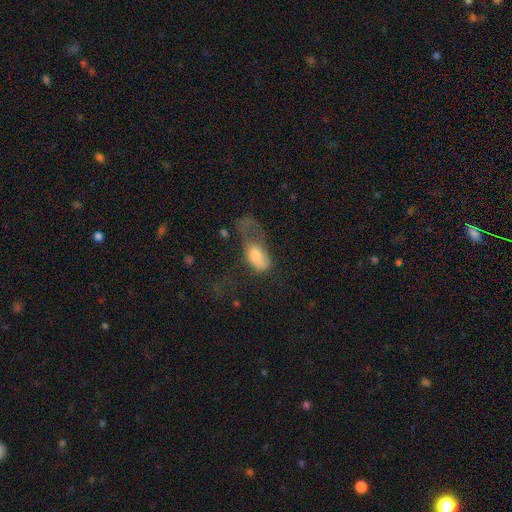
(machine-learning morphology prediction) This is likely a smooth galaxy (67%). How rounded: clearly in between (87%). Merging: likely major disturbance (64%).